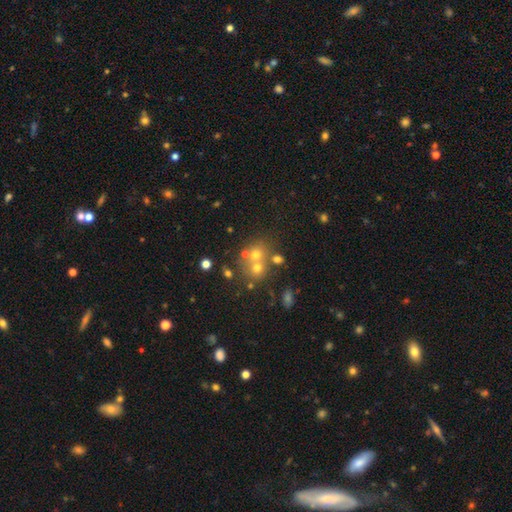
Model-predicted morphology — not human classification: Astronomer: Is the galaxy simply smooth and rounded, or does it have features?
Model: smooth — 52%.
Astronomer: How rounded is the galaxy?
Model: round — 78%.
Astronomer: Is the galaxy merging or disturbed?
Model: none — 44% (runner-up: merger, 43%).